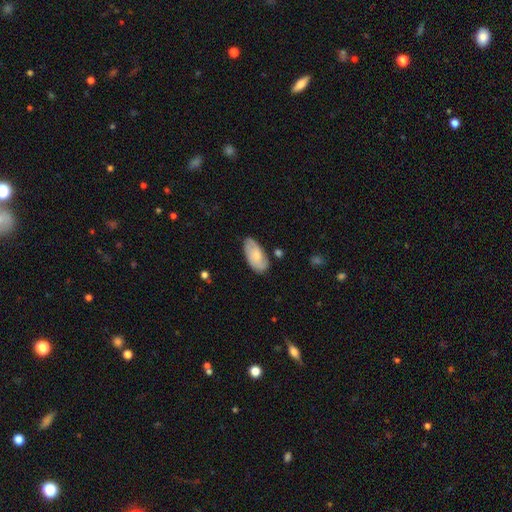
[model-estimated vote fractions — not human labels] Overall: smooth (67%; featured or disk 28%). How rounded: in between (93%). Merging: none (70%).